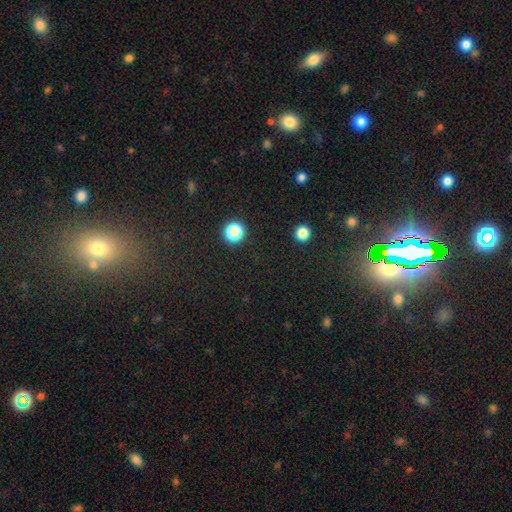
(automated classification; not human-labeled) Smooth or featured?
  - star or artifact: 68% *
  - smooth: 23%
  - featured or disk: 10%